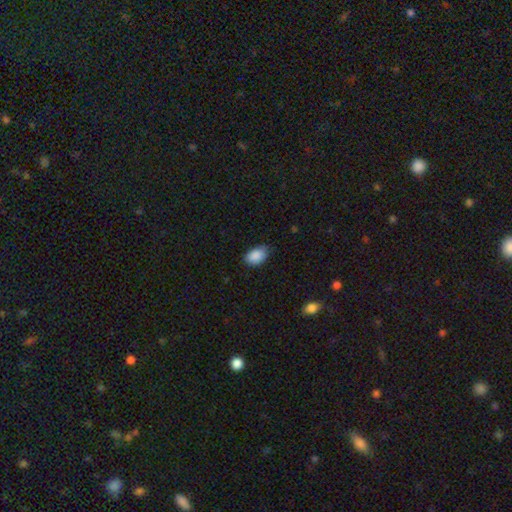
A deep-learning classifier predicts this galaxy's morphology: type=smooth (89%); roundness=in between (88%); merging=none (76%).